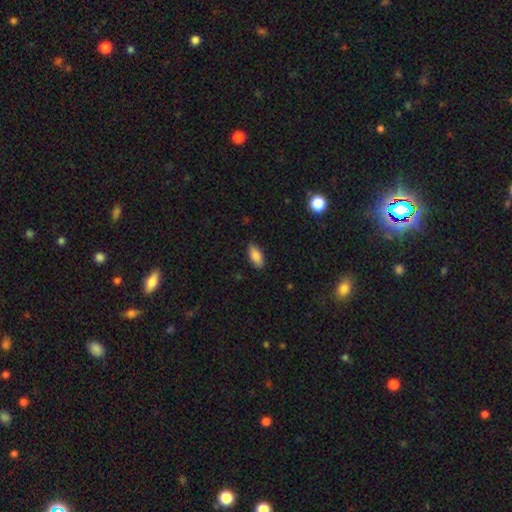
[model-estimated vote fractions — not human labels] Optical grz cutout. It shows a smooth galaxy with no disk features (84%) that is in between round and cigar-shaped (87%). Merging: none (87%).